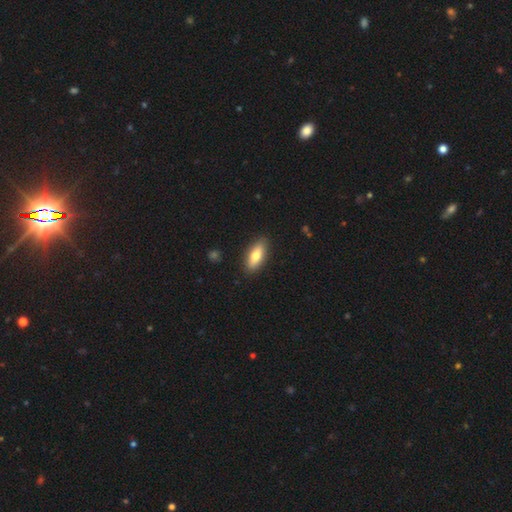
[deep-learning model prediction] Smooth or featured? smooth (74%)
How rounded? in between (75%)
Merging? none (88%)